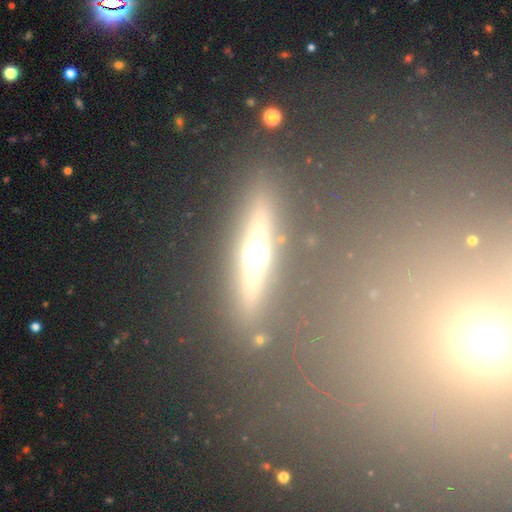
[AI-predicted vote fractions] Smooth or featured? featured or disk (57%)
Edge-on disk? yes (87%)
Merging? none (86%)